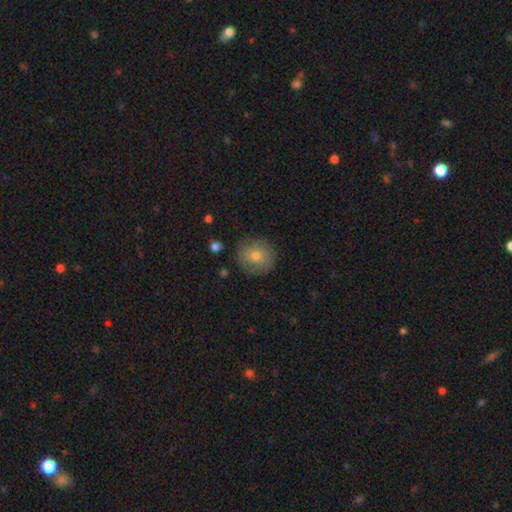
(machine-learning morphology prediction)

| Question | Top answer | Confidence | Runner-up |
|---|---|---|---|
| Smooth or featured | smooth | 68% | featured or disk (21%) |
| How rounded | round | 88% | in between (11%) |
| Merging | none | 84% | minor disturbance (12%) |